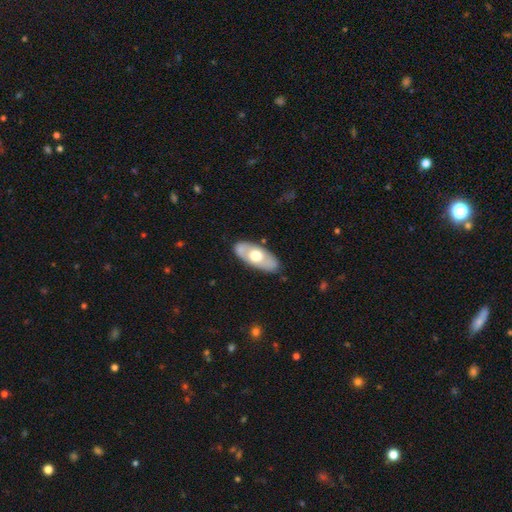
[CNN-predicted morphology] Smooth or featured: smooth — 48% (featured or disk — 47%)
Merging: none — 81% (minor disturbance — 14%)